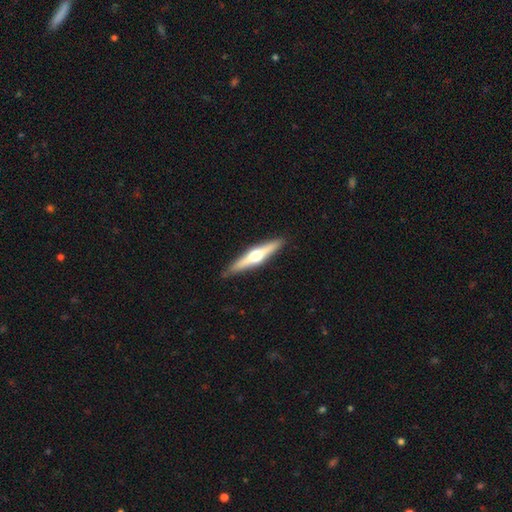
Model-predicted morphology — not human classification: This appears to be a featured or disk galaxy (69%) viewed edge-on (97%) with a rounded central bulge (95%). Merging: none (90%).